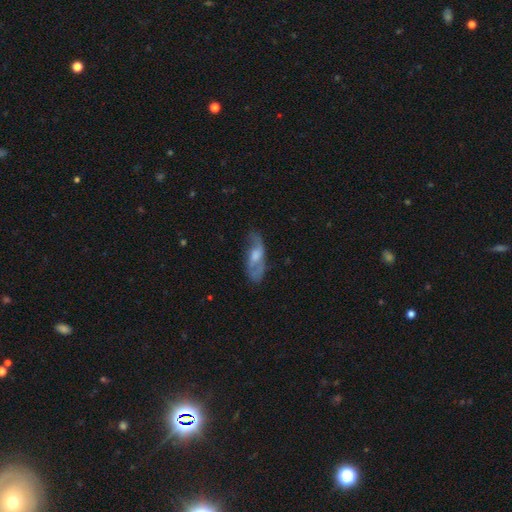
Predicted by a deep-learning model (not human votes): Smooth or featured? Predicted: featured or disk (p=0.61). Edge-on disk? Predicted: no (p=0.80). Merging? Predicted: none (p=0.59).